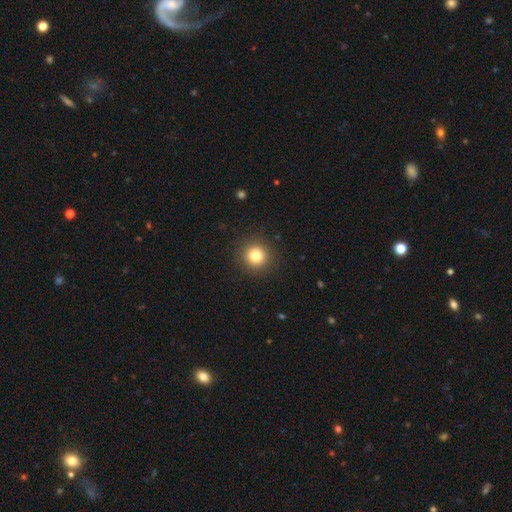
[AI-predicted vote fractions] Smooth or featured? Predicted: smooth (p=0.81). How rounded? Predicted: round (p=0.94). Merging? Predicted: none (p=0.91).